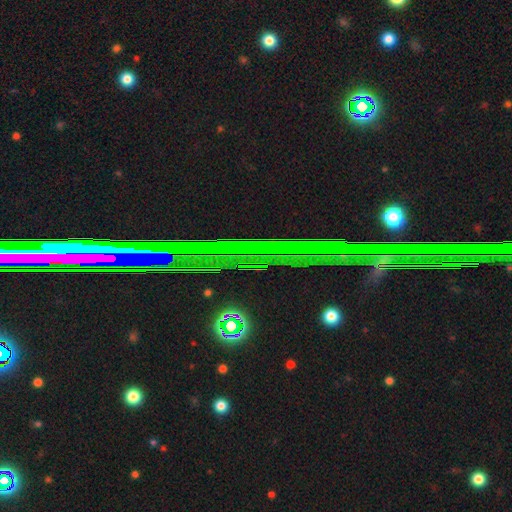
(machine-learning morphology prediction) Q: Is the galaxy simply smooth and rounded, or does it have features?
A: star or artifact — 74%.